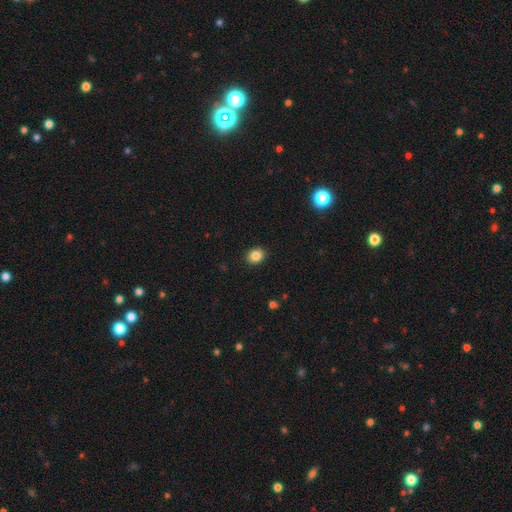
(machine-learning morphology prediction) Q: Smooth or featured?
A: smooth (85%); runner-up: star or artifact (10%)
Q: How rounded?
A: round (59%); runner-up: in between (40%)
Q: Merging?
A: none (91%); runner-up: minor disturbance (6%)